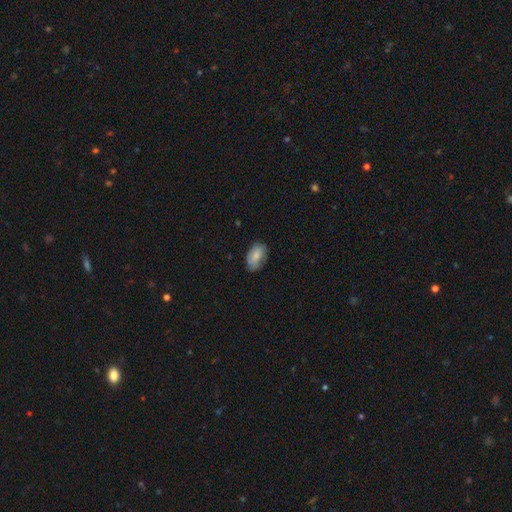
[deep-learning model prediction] Smooth or featured?
  - smooth: 81% *
  - featured or disk: 12%
  - star or artifact: 7%
How rounded?
  - in between: 92% *
  - round: 6%
  - cigar-shaped: 2%
Merging?
  - none: 75% *
  - minor disturbance: 20%
  - major disturbance: 4%
  - merger: 1%